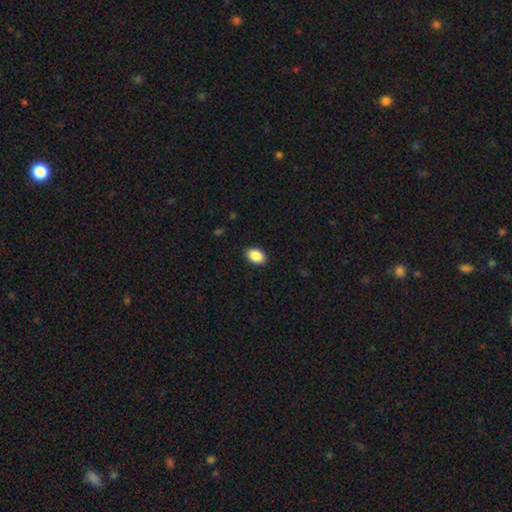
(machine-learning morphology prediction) Smooth or featured: smooth — 89% (star or artifact — 7%)
How rounded: in between — 86% (round — 13%)
Merging: none — 90% (minor disturbance — 7%)